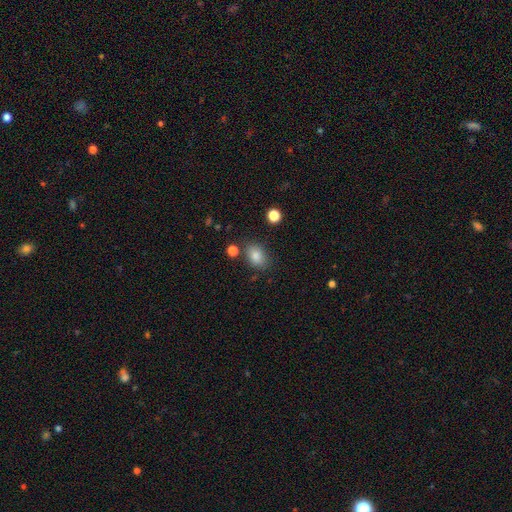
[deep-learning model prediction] smooth 83%, star or artifact 10%, featured or disk 6%. Down the decision tree: how rounded — in between (76%); merging — none (78%).